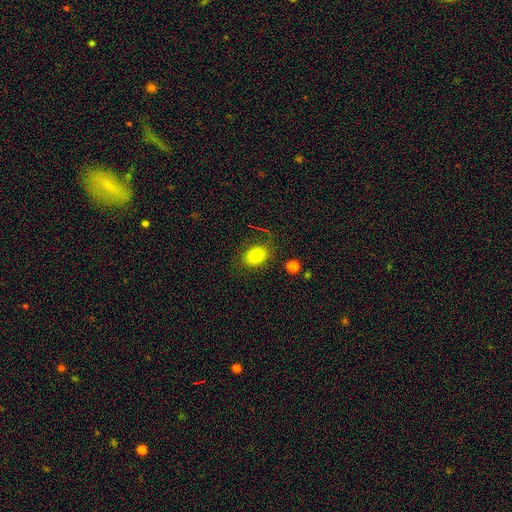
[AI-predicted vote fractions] Morphology: type=smooth (82%); roundness=in between (67%); merging=none (75%).